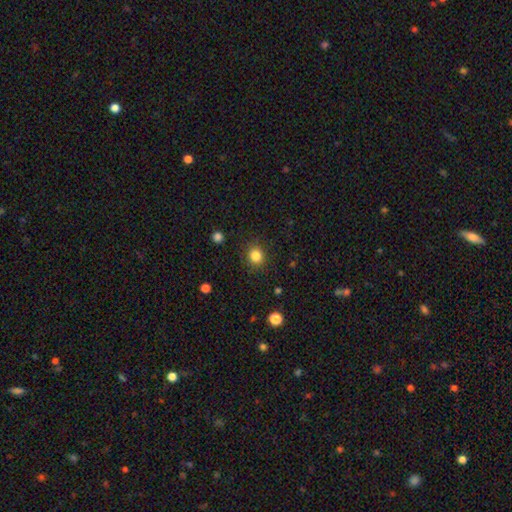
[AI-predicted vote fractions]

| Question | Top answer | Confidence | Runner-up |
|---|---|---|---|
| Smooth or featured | smooth | 84% | star or artifact (11%) |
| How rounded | round | 87% | in between (12%) |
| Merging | none | 88% | minor disturbance (7%) |